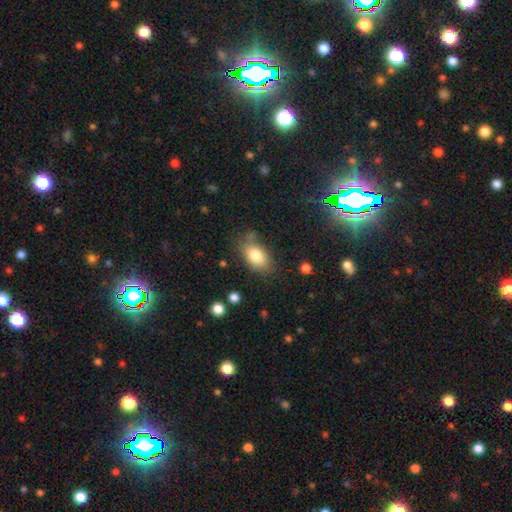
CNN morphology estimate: Smooth or featured? smooth (80%)
How rounded? in between (89%)
Merging? none (71%)